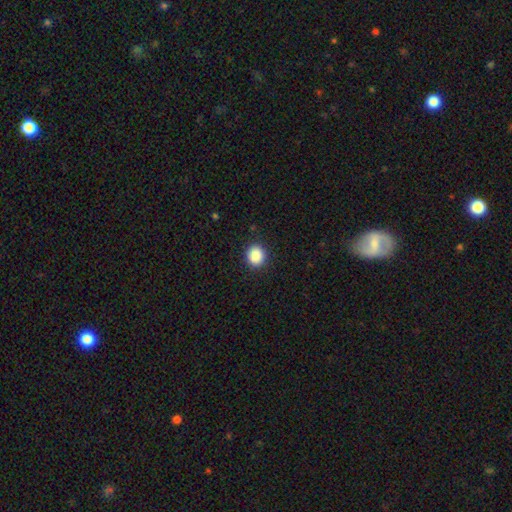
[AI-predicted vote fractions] Smooth or featured?
  - smooth: 88% *
  - star or artifact: 9%
  - featured or disk: 3%
How rounded?
  - round: 78% *
  - in between: 21%
  - cigar-shaped: 1%
Merging?
  - none: 90% *
  - minor disturbance: 7%
  - major disturbance: 2%
  - merger: 1%